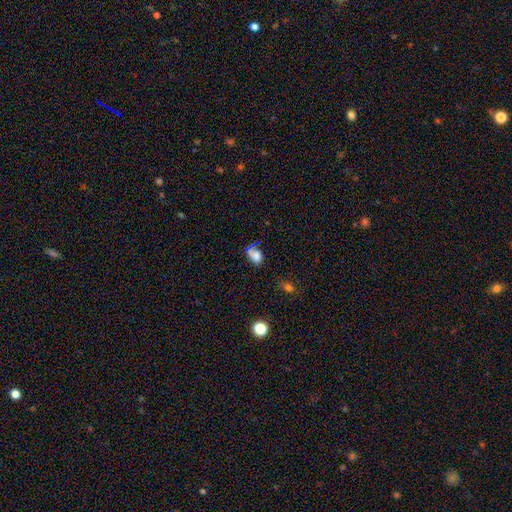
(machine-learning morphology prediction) Smooth or featured: smooth — 62% (star or artifact — 25%)
How rounded: in between — 68% (round — 27%)
Merging: none — 51% (minor disturbance — 20%)